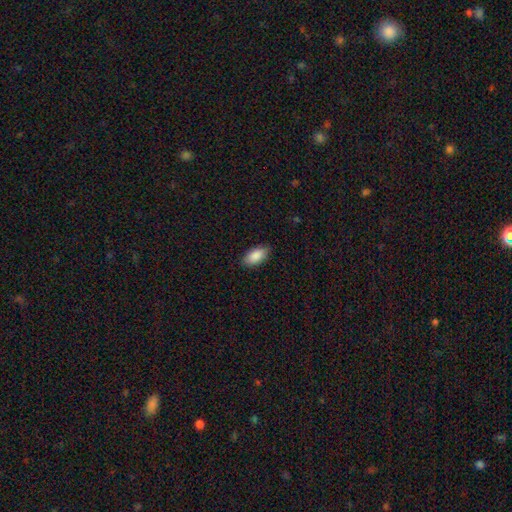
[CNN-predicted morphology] A smooth galaxy with no disk features (89%) that is in between round and cigar-shaped (93%). Merging: none (87%).